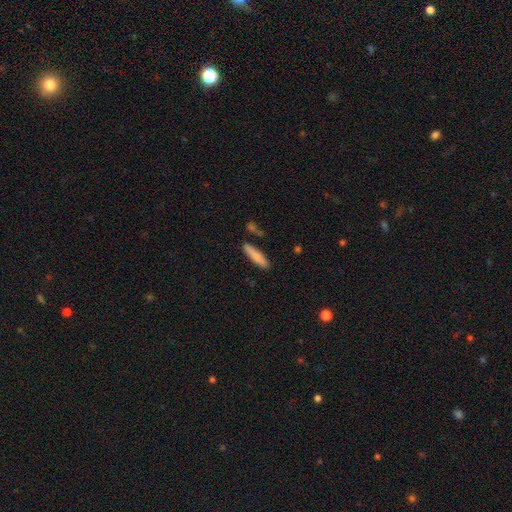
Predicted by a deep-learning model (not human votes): Smooth or featured? smooth (79%)
How rounded? cigar-shaped (85%)
Merging? none (83%)